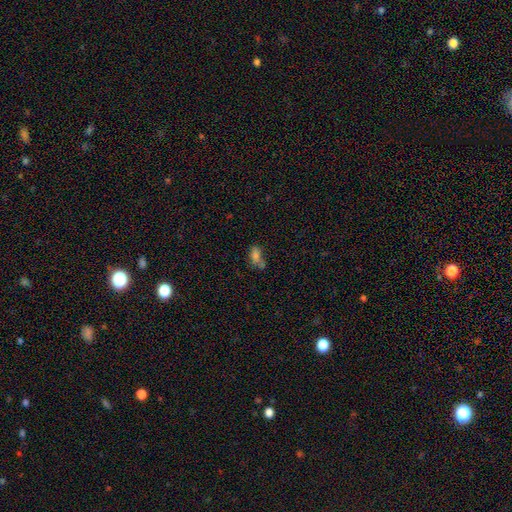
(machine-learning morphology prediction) type=smooth (70%); roundness=in between (81%); merging=none (42%).